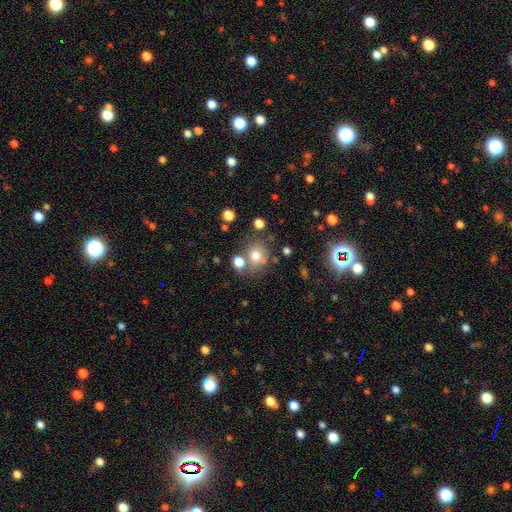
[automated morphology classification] A smooth galaxy with no disk features (72%) that is round (71%).

Vote fractions:
- Smooth or featured? smooth: 72% / star or artifact: 16% / featured or disk: 13%
- How rounded? round: 71% / in between: 28% / cigar-shaped: 1%
- Merging? none: 64% / merger: 18% / minor disturbance: 13% / major disturbance: 5%